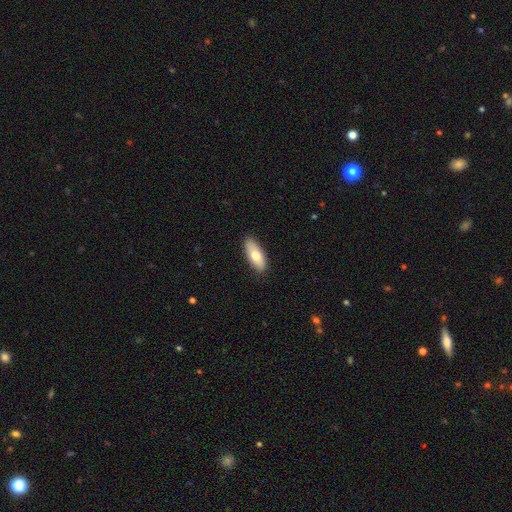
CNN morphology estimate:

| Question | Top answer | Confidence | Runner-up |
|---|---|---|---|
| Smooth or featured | smooth | 73% | featured or disk (21%) |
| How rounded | in between | 78% | cigar-shaped (20%) |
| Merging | none | 88% | minor disturbance (9%) |